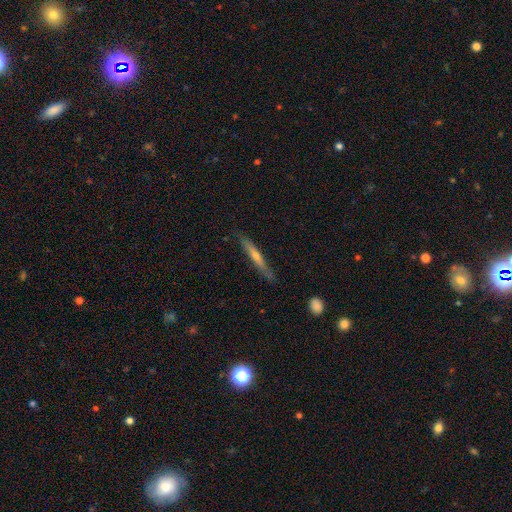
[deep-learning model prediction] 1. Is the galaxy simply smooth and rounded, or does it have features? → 54% featured or disk, 40% smooth, 6% star or artifact.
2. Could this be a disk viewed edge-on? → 95% yes, 5% no.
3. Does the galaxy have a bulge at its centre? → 58% rounded, 36% none, 6% boxy.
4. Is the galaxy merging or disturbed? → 83% none, 13% minor disturbance, 2% major disturbance, 2% merger.